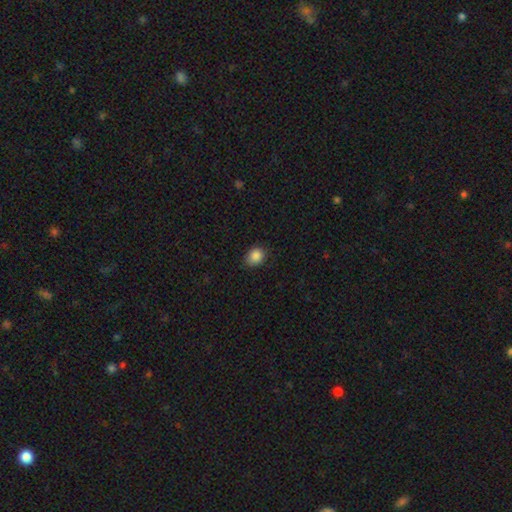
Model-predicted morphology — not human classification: Smooth or featured: smooth — 87% (star or artifact — 10%)
How rounded: round — 56% (in between — 43%)
Merging: none — 80% (minor disturbance — 16%)